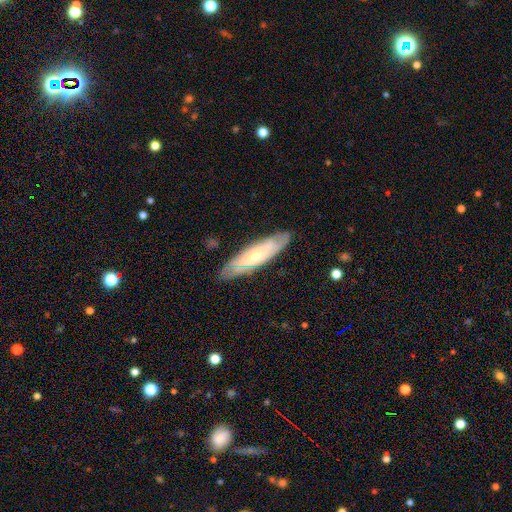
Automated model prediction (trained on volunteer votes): This is likely a featured or disk galaxy (61%). It is likely not viewed edge-on (63%). Merging: clearly none (82%).